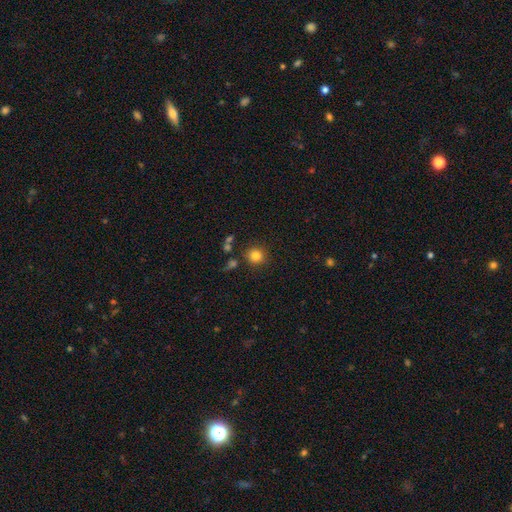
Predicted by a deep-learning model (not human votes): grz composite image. It shows a smooth galaxy with no disk features (82%) that is round (92%). Merging: none (84%).